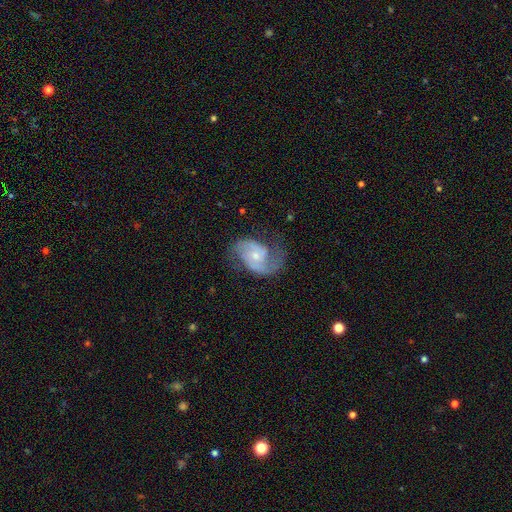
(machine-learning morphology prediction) featured or disk 87%, smooth 8%, star or artifact 5%. Down the decision tree: edge-on disk — no (98%); bar — no (57%); spiral arms — yes (96%); spiral arm count — 2 (87%); spiral winding — medium (54%); bulge size — small (58%); merging — none (63%).